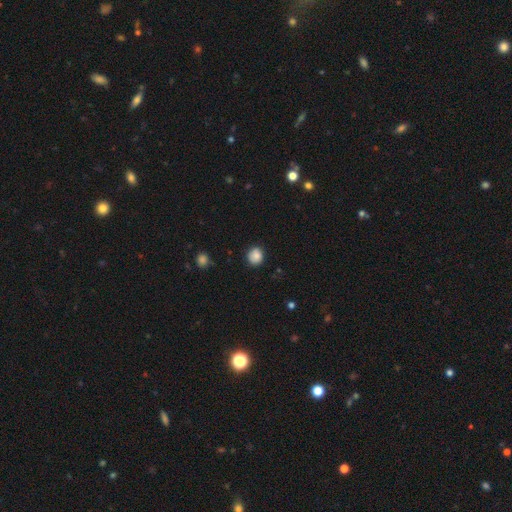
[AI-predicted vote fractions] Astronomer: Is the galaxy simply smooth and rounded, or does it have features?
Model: smooth — 85%.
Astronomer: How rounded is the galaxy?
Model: round — 77%.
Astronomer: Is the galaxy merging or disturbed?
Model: none — 84%.